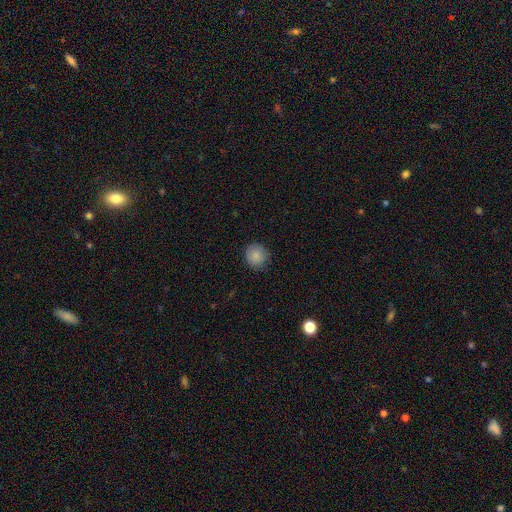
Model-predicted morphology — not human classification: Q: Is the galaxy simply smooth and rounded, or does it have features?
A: smooth — 86%.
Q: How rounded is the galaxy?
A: round — 90%.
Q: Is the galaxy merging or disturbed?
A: none — 85%.